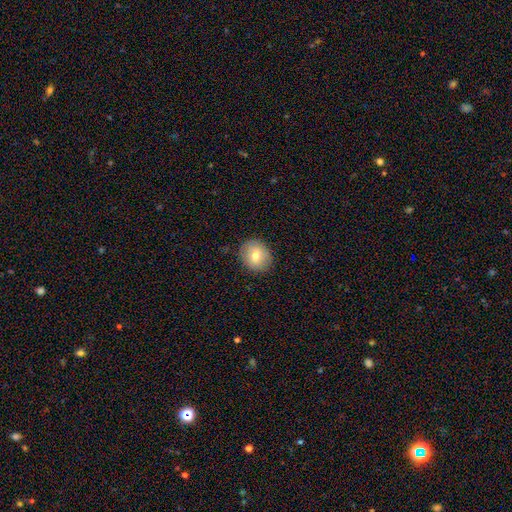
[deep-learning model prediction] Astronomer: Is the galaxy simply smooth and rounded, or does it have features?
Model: smooth — 73%.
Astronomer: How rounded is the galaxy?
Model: round — 70%.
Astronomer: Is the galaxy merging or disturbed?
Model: none — 86%.